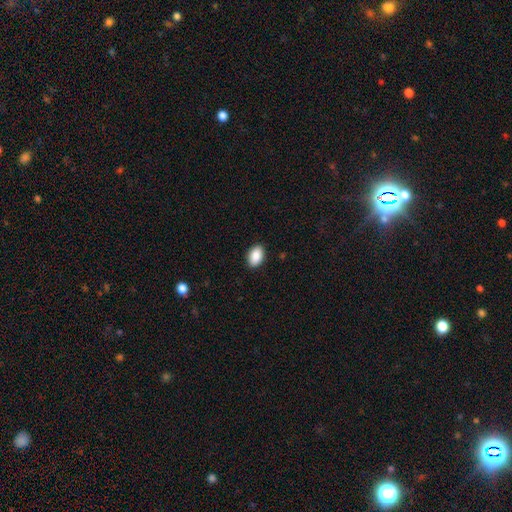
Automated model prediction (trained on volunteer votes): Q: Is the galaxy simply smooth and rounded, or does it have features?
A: smooth — 89%.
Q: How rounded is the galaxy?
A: in between — 90%.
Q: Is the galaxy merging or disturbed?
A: none — 90%.